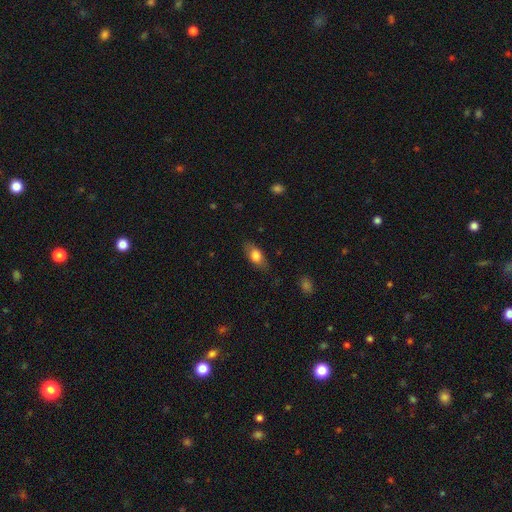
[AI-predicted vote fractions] smooth-or-featured: smooth: 75% | featured or disk: 18% | star or artifact: 7%
  how-rounded: in between: 81% | cigar-shaped: 13% | round: 6%
  merging: none: 79% | minor disturbance: 15% | major disturbance: 4% | merger: 1%